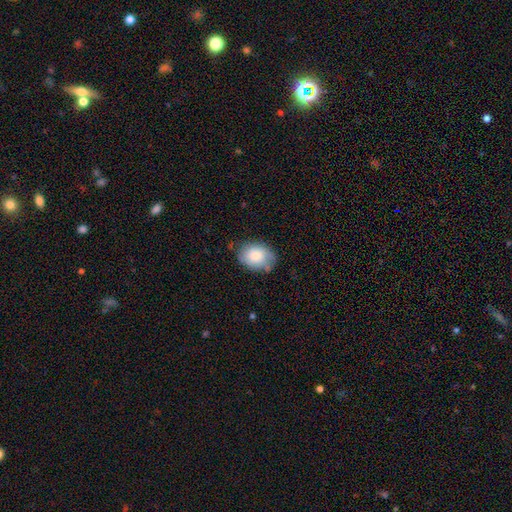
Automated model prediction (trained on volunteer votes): A smooth galaxy with no disk features (77%) that is in between round and cigar-shaped (67%). Merging: none (69%).